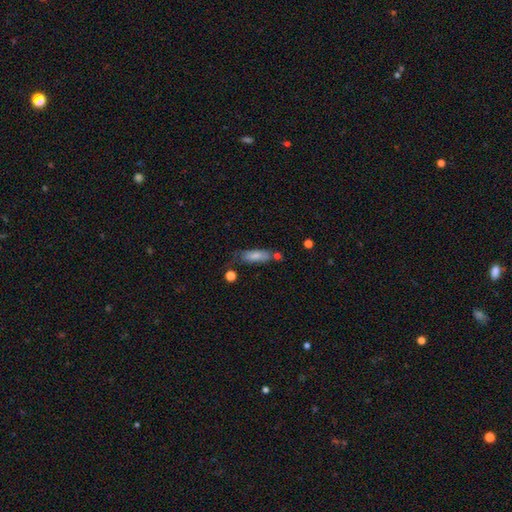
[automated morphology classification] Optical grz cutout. It shows a smooth galaxy with no disk features (78%) that is in between round and cigar-shaped (60%). Merging: none (51%).